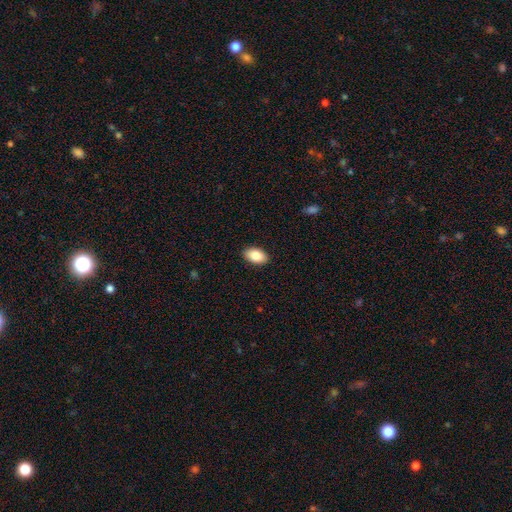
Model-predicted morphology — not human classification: smooth_or_featured: smooth (p=0.85) [alt: featured or disk p=0.08]
how_rounded: in between (p=0.93) [alt: round p=0.06]
merging: none (p=0.90) [alt: minor disturbance p=0.07]